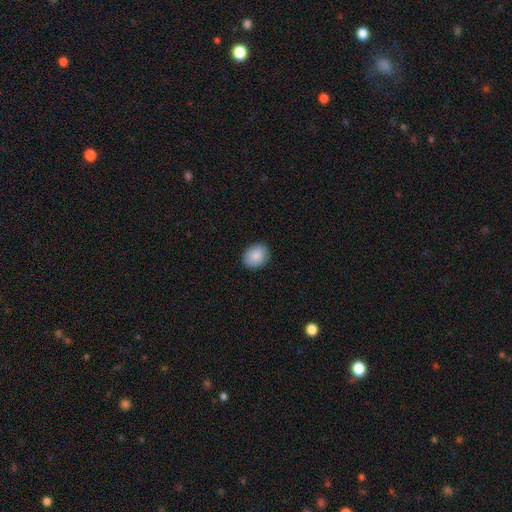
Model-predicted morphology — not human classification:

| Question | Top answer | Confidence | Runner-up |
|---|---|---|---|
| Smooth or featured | smooth | 88% | star or artifact (7%) |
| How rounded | round | 56% | in between (43%) |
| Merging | none | 89% | minor disturbance (8%) |